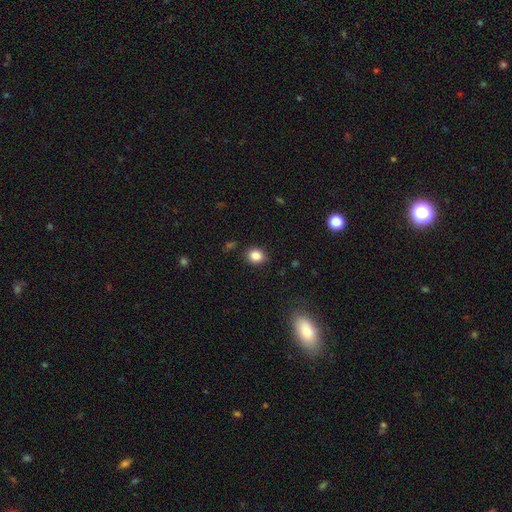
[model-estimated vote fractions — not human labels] Morphology: type=smooth (85%); roundness=round (74%); merging=none (88%).